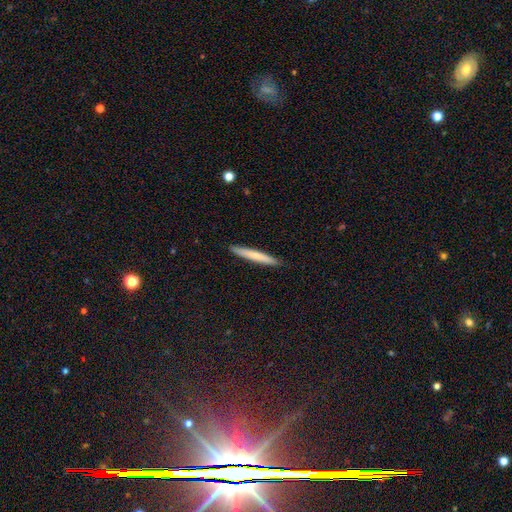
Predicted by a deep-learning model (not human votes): Morphology: type=smooth (70%); roundness=cigar-shaped (96%); merging=none (92%).